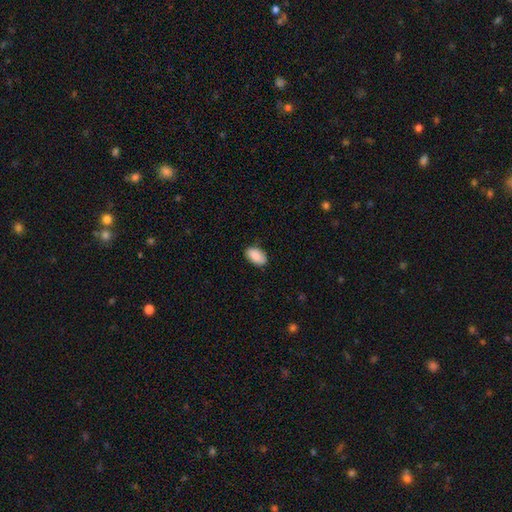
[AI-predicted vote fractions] Smooth or featured?
  - smooth: 88% *
  - star or artifact: 6%
  - featured or disk: 6%
How rounded?
  - in between: 93% *
  - round: 6%
  - cigar-shaped: 1%
Merging?
  - none: 84% *
  - minor disturbance: 13%
  - major disturbance: 2%
  - merger: 1%